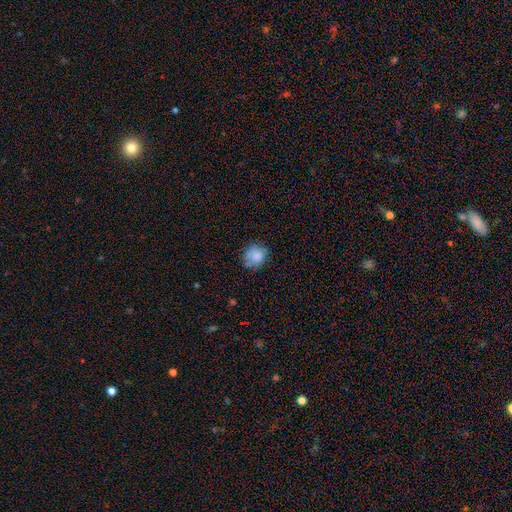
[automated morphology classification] A smooth galaxy with no disk features (74%) that is round (70%).

Vote fractions:
- Smooth or featured? smooth: 74% / featured or disk: 16% / star or artifact: 10%
- How rounded? round: 70% / in between: 29% / cigar-shaped: 1%
- Merging? none: 65% / minor disturbance: 24% / major disturbance: 8% / merger: 3%